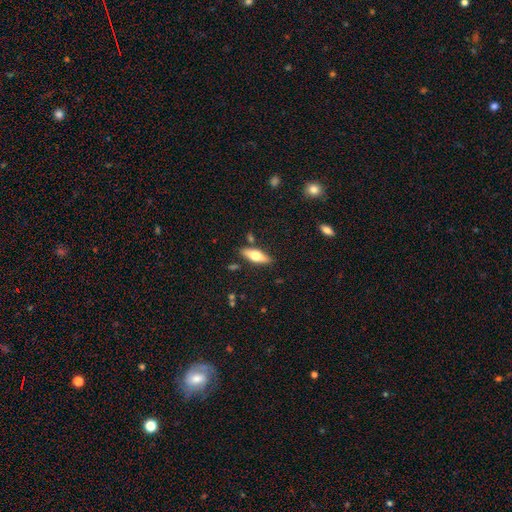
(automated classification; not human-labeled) Overall: smooth (52%; featured or disk 41%). How rounded: in between (56%; cigar-shaped 42%). Merging: none (84%).